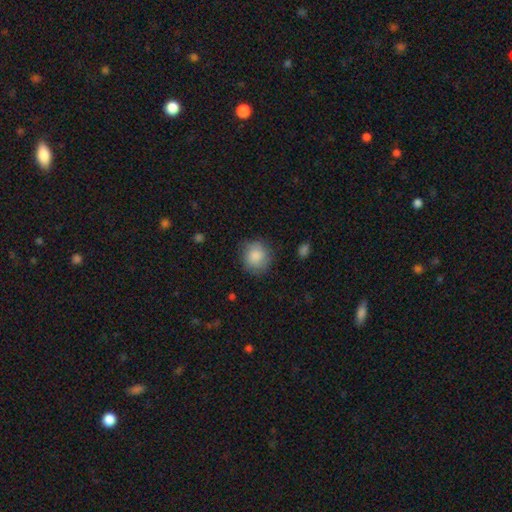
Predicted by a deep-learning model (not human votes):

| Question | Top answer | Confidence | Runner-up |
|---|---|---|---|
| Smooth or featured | smooth | 87% | star or artifact (7%) |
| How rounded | round | 86% | in between (13%) |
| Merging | none | 80% | minor disturbance (15%) |